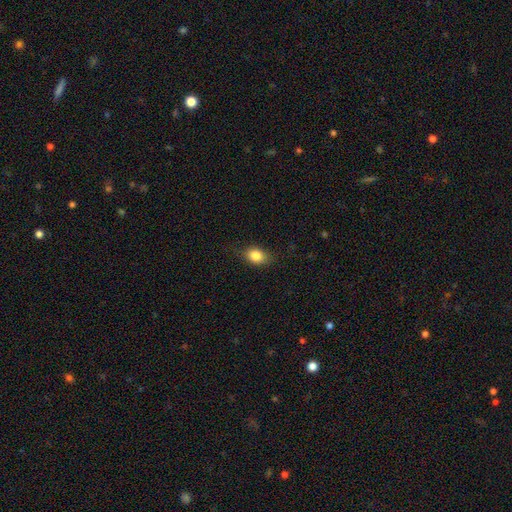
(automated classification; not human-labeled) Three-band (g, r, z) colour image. It shows a smooth galaxy with no disk features (83%) that is in between round and cigar-shaped (68%). Merging: none (79%).